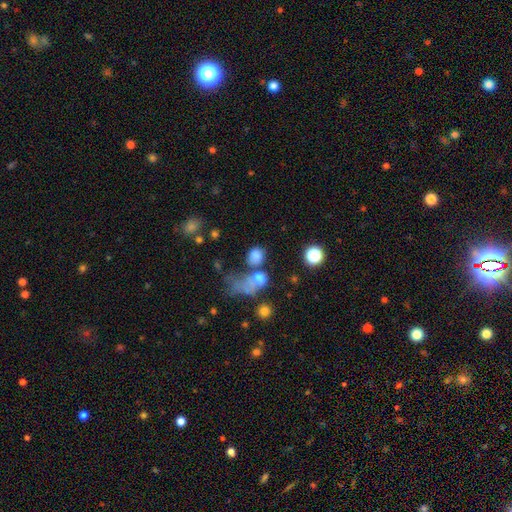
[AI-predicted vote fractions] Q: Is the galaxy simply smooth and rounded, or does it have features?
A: smooth — 75%.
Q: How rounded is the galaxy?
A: round — 60%.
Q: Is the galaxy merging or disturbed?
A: none — 42%.